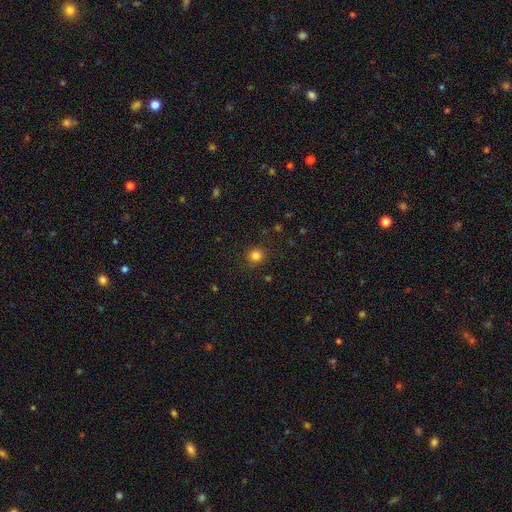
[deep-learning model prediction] Smooth or featured? Predicted: smooth (p=0.82). How rounded? Predicted: round (p=0.91). Merging? Predicted: none (p=0.89).